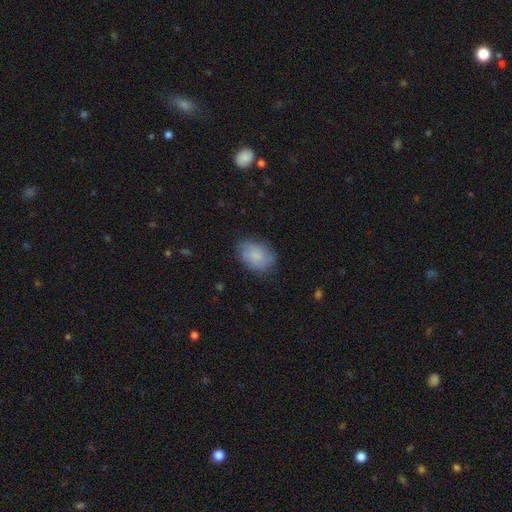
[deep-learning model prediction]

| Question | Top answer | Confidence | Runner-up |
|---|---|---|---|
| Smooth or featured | smooth | 71% | featured or disk (21%) |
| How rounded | in between | 79% | round (20%) |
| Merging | none | 71% | minor disturbance (22%) |